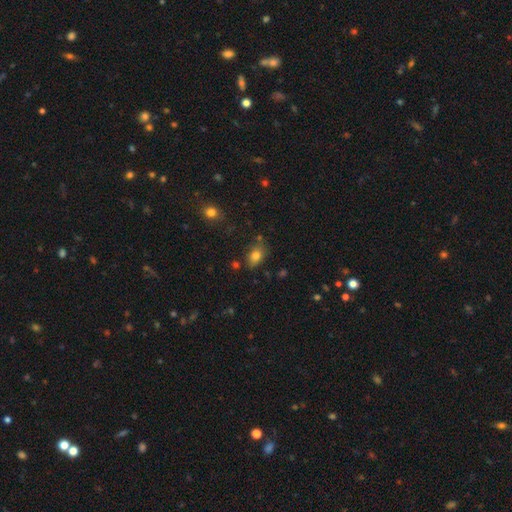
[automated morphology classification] smooth 80%, star or artifact 11%, featured or disk 9%. Down the decision tree: how rounded — in between (78%); merging — none (73%).